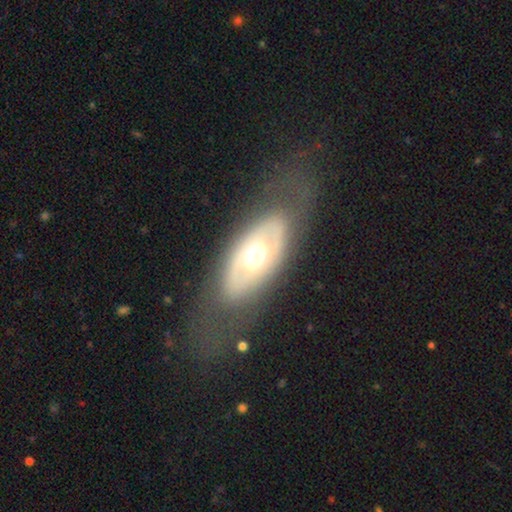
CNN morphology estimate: This is likely a featured or disk galaxy (61%). It is clearly not viewed edge-on (82%). Bar: likely no (79%). Spiral arm pattern: clearly no (83%). Central bulge: likely moderate (62%). Merging: likely none (68%).